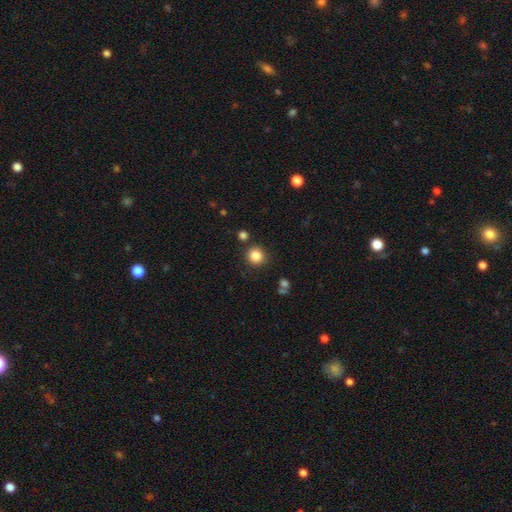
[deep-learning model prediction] Smooth or featured?
  - smooth: 85% *
  - star or artifact: 11%
  - featured or disk: 4%
How rounded?
  - round: 91% *
  - in between: 8%
  - cigar-shaped: 1%
Merging?
  - none: 84% *
  - minor disturbance: 8%
  - merger: 5%
  - major disturbance: 3%